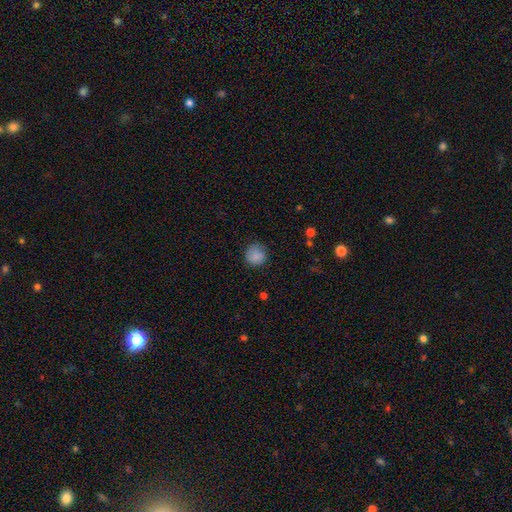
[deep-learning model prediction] A smooth galaxy with no disk features (86%) that is round (90%).

Vote fractions:
- Smooth or featured? smooth: 86% / star or artifact: 9% / featured or disk: 5%
- How rounded? round: 90% / in between: 9% / cigar-shaped: 1%
- Merging? none: 80% / minor disturbance: 15% / major disturbance: 4% / merger: 1%